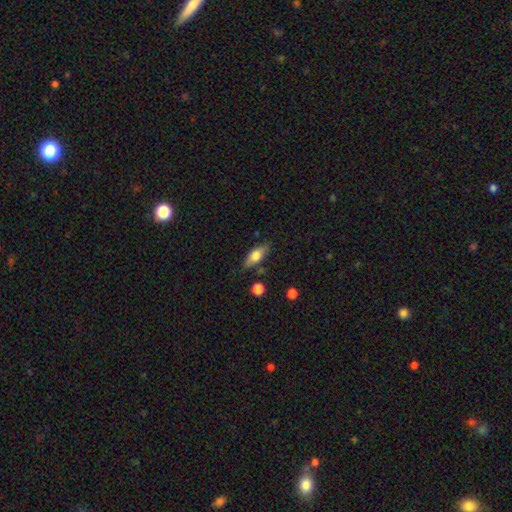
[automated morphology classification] Overall: smooth (62%; featured or disk 31%). How rounded: in between (71%). Merging: none (80%).